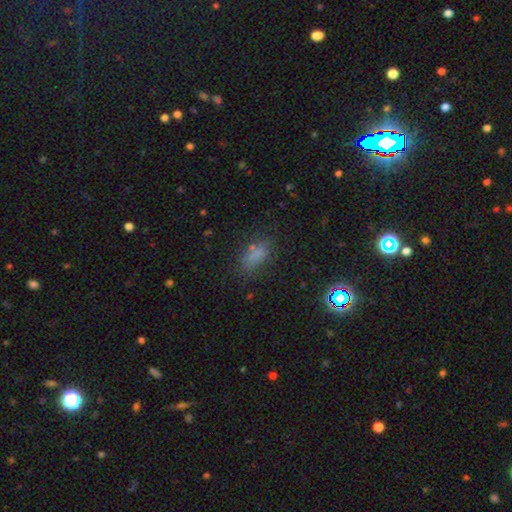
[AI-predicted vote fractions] Morphology: type=smooth (69%); roundness=in between (78%); merging=none (68%).